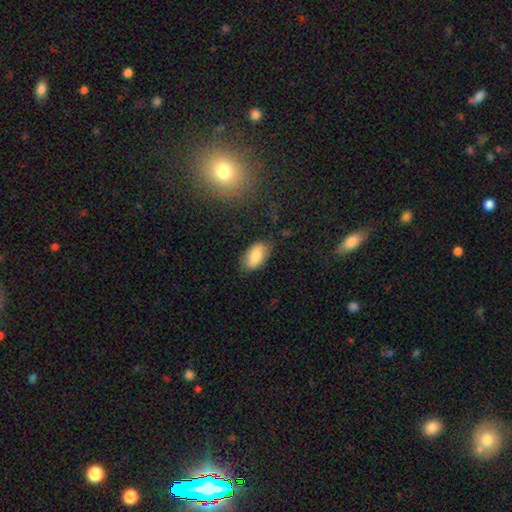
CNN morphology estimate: A smooth galaxy with no disk features (82%) that is in between round and cigar-shaped (93%).

Vote fractions:
- Smooth or featured? smooth: 82% / featured or disk: 11% / star or artifact: 7%
- How rounded? in between: 93% / cigar-shaped: 4% / round: 3%
- Merging? none: 77% / minor disturbance: 17% / major disturbance: 4% / merger: 2%